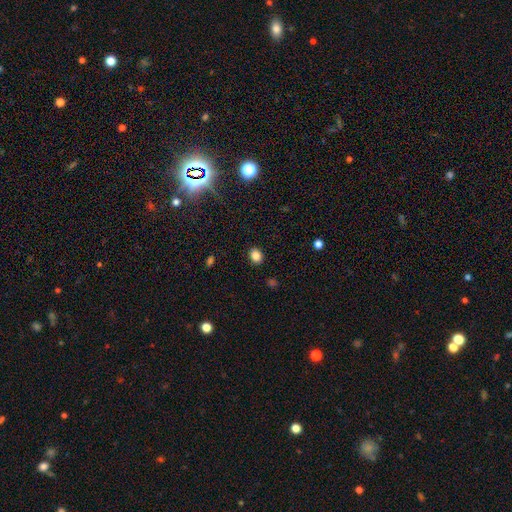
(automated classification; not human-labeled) Q: Smooth or featured?
A: smooth (85%); runner-up: star or artifact (11%)
Q: How rounded?
A: in between (50%); runner-up: round (49%)
Q: Merging?
A: none (89%); runner-up: minor disturbance (7%)